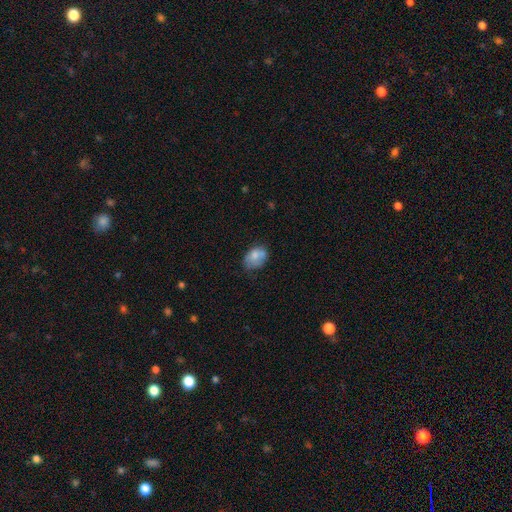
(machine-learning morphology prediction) Overall: smooth (69%). How rounded: in between (72%). Merging: none (44%; minor disturbance 30%).